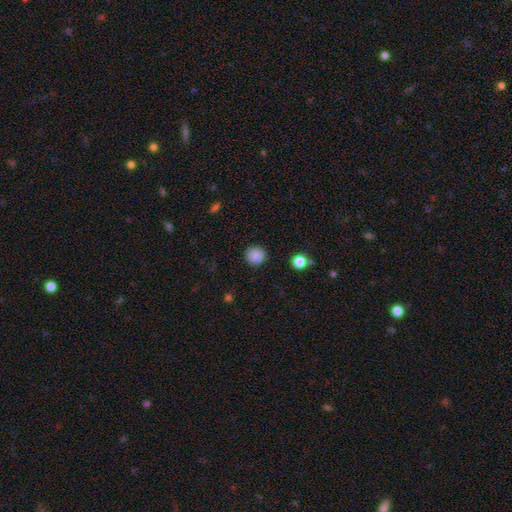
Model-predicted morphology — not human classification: smooth_or_featured: smooth (p=0.87) [alt: star or artifact p=0.10]
how_rounded: round (p=0.94) [alt: in between p=0.05]
merging: none (p=0.90) [alt: minor disturbance p=0.06]